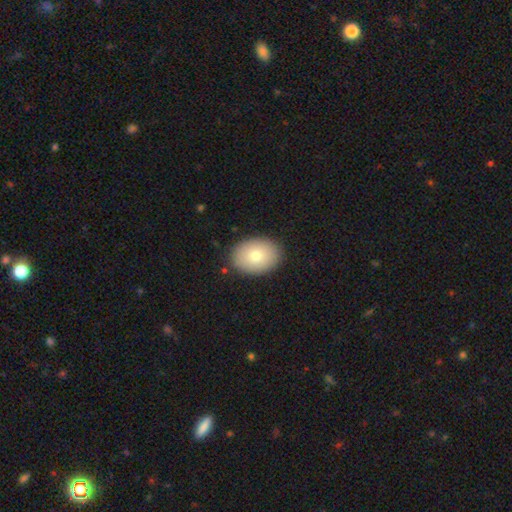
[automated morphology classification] smooth_or_featured: smooth (p=0.80) [alt: featured or disk p=0.13]
how_rounded: in between (p=0.77) [alt: round p=0.22]
merging: none (p=0.89) [alt: minor disturbance p=0.08]